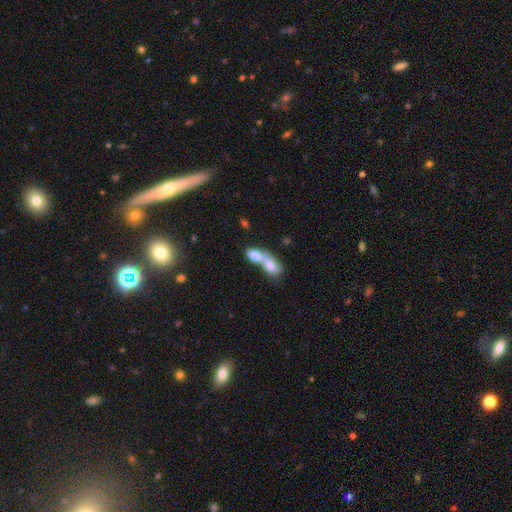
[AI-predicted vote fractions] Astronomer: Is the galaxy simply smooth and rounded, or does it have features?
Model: smooth — 71%.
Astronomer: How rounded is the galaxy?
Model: in between — 76%.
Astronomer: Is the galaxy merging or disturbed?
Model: merger — 80%.